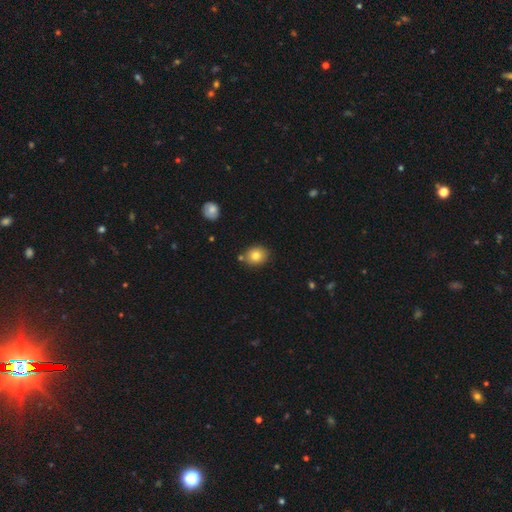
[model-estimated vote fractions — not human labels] A smooth galaxy with no disk features (79%) that is round (58%). Merging: none (79%).